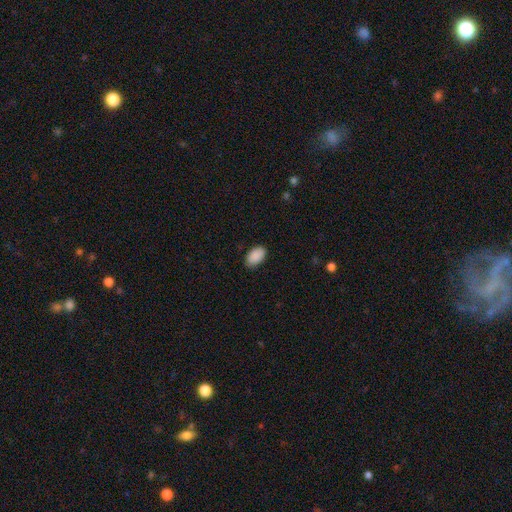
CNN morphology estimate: Smooth or featured? smooth (91%)
How rounded? in between (94%)
Merging? none (86%)